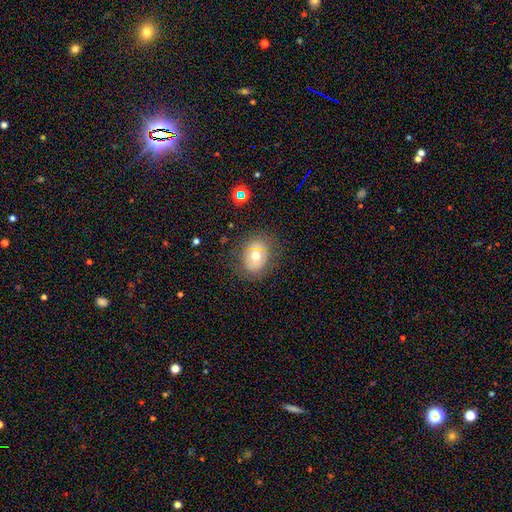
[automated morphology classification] A smooth galaxy with no disk features (52%) that is round (56%). Merging: none (74%).